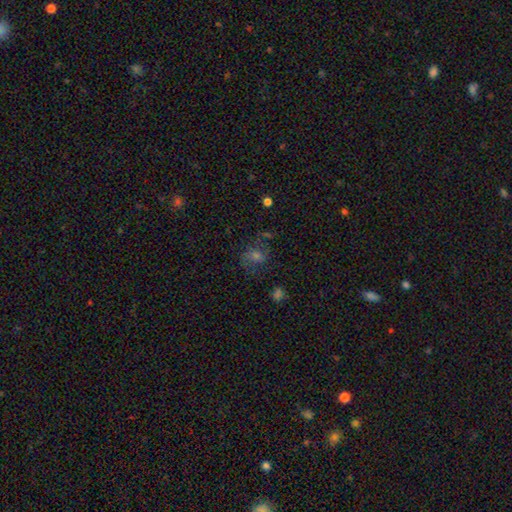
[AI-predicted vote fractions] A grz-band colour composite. It shows a smooth galaxy with no disk features (36%, tied with featured or disk). Merging: none (66%).